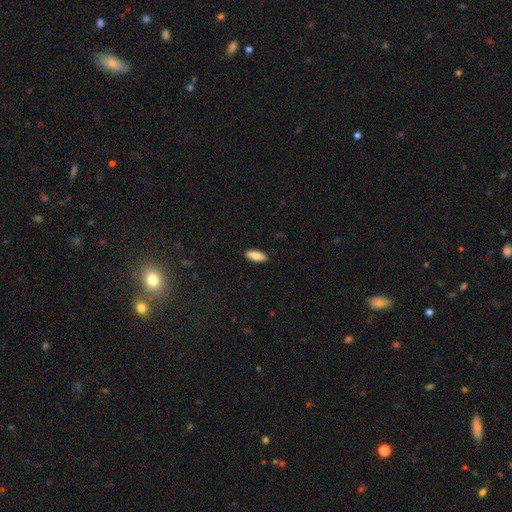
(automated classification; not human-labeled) smooth-or-featured: smooth: 77% | featured or disk: 16% | star or artifact: 6%
  how-rounded: in between: 69% | cigar-shaped: 28% | round: 2%
  merging: none: 89% | minor disturbance: 8% | major disturbance: 2% | merger: 1%